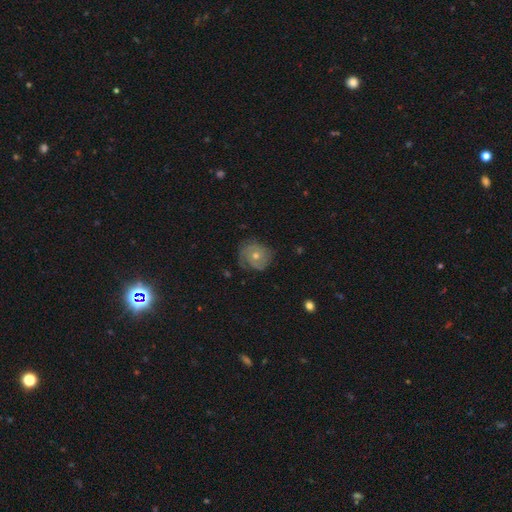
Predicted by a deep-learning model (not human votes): Morphology: type=featured or disk (63%); edge-on=no (97%); bar=no (84%); spiral arms=yes (83%); winding=tight (61%); arm count=can't tell (32%, tied with 2); bulge=moderate (63%); merging=none (68%).